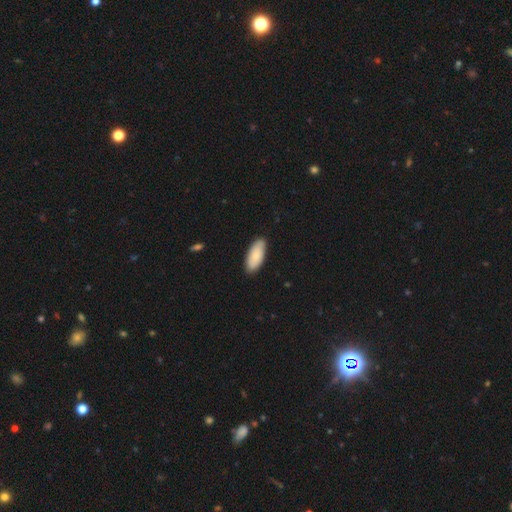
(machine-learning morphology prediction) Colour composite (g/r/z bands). It shows a smooth galaxy with no disk features (82%) that is in between round and cigar-shaped (87%). Merging: none (86%).